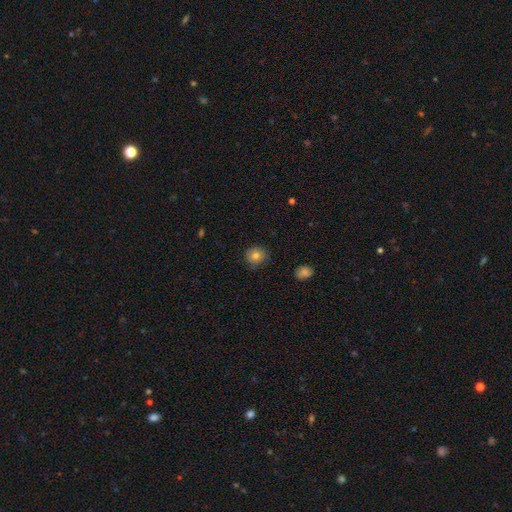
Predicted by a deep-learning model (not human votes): Smooth or featured? Predicted: smooth (p=0.79). How rounded? Predicted: round (p=0.89). Merging? Predicted: none (p=0.83).